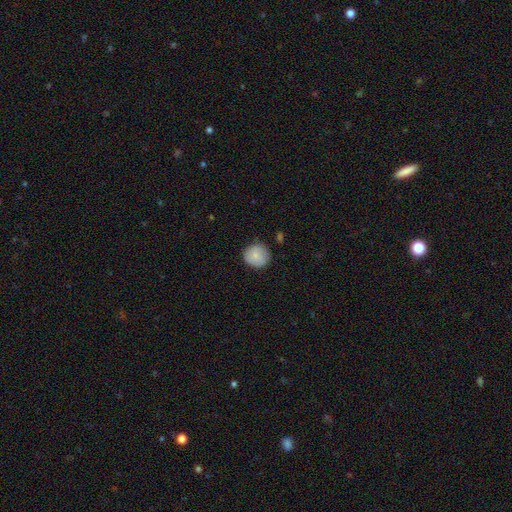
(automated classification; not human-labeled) Smooth or featured? smooth (81%)
How rounded? round (90%)
Merging? none (81%)